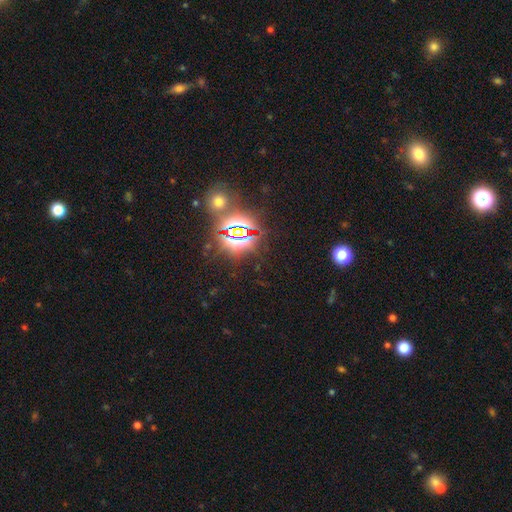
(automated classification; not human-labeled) Smooth or featured? star or artifact (81%)